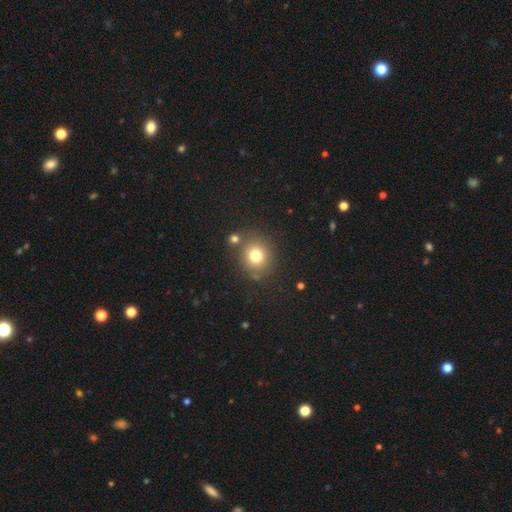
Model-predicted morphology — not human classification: Smooth or featured: smooth — 76% (star or artifact — 14%)
How rounded: round — 85% (in between — 14%)
Merging: none — 79% (minor disturbance — 9%)